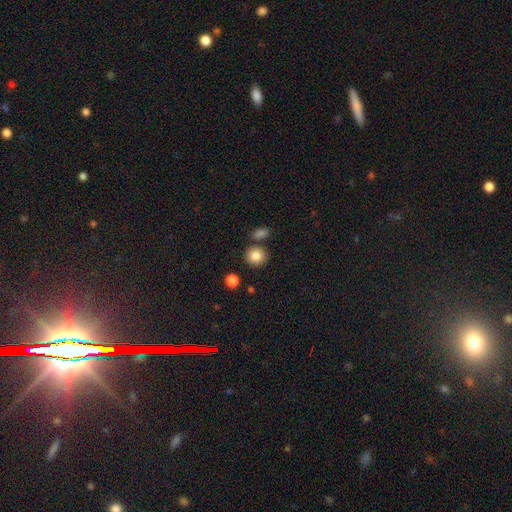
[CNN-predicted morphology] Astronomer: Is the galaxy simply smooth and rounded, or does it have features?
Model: smooth — 85%.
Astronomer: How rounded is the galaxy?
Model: round — 88%.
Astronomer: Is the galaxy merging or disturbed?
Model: none — 80%.